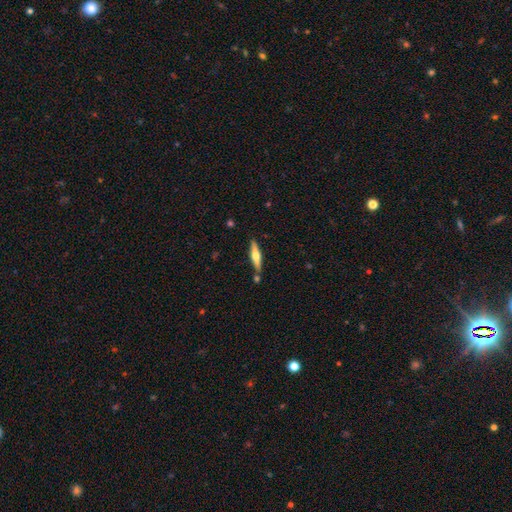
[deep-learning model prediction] The model was most divided on "smooth or featured": featured or disk: 55%, smooth: 39%, star or artifact: 6%. More confident: edge-on disk — yes (96%); edge-on bulge — rounded (91%); merging — none (81%).